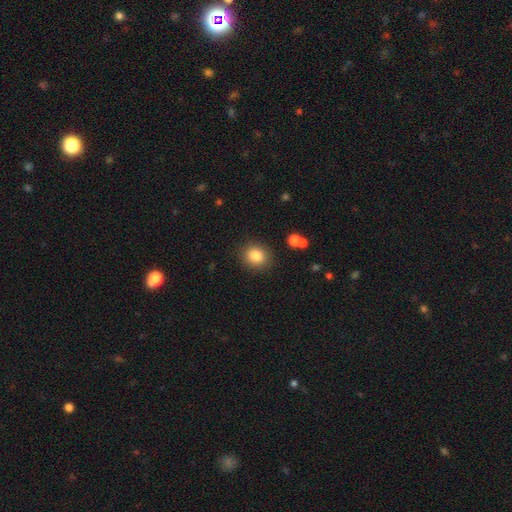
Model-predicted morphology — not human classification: A smooth galaxy with no disk features (84%) that is round (74%). Merging: none (87%).